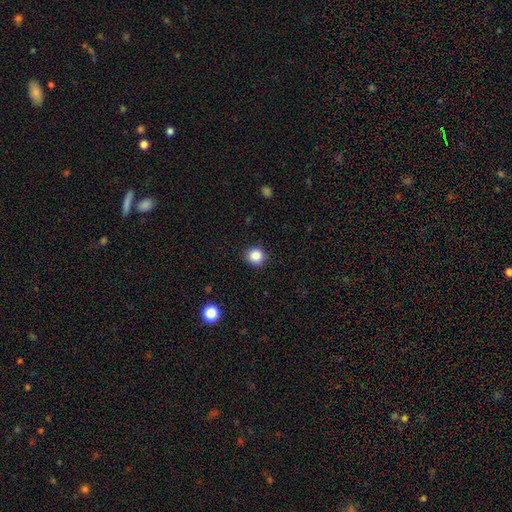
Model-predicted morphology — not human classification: The model was most divided on "smooth or featured": smooth: 86%, star or artifact: 11%, featured or disk: 4%. More confident: how rounded — round (92%); merging — none (90%).